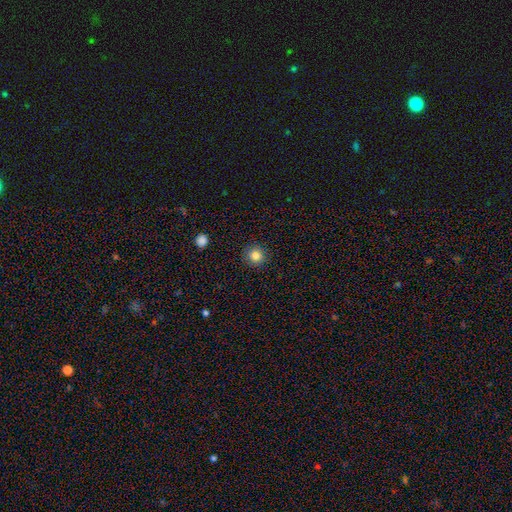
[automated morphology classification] This appears to be a smooth galaxy with no disk features (83%) that is round (94%). Merging: none (92%).